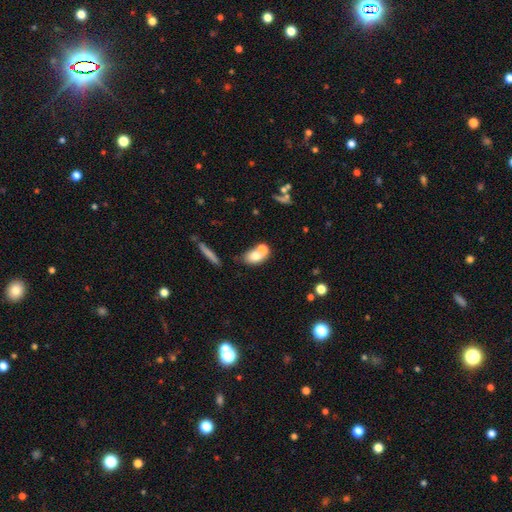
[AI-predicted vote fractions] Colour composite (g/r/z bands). It shows a smooth galaxy with no disk features (71%) that is in between round and cigar-shaped (62%). Merging: merger (46%).